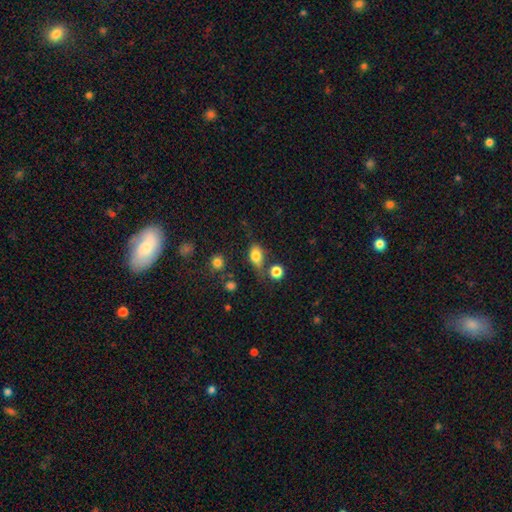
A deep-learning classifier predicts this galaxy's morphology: A smooth galaxy with no disk features (78%) that is in between round and cigar-shaped (76%). Merging: none (57%).